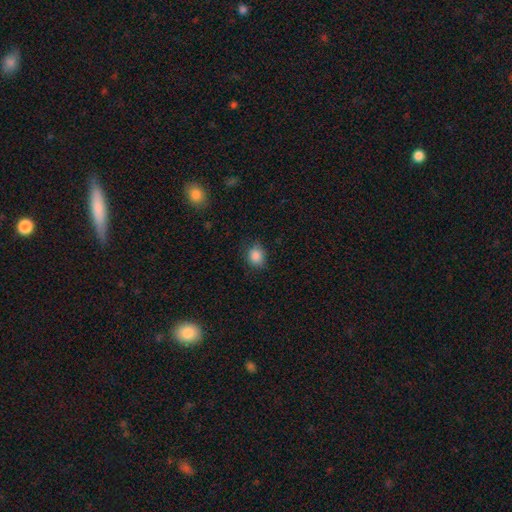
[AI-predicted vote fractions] smooth-or-featured: smooth: 86% | star or artifact: 10% | featured or disk: 4%
  how-rounded: round: 63% | in between: 36% | cigar-shaped: 1%
  merging: none: 77% | minor disturbance: 18% | major disturbance: 4% | merger: 1%